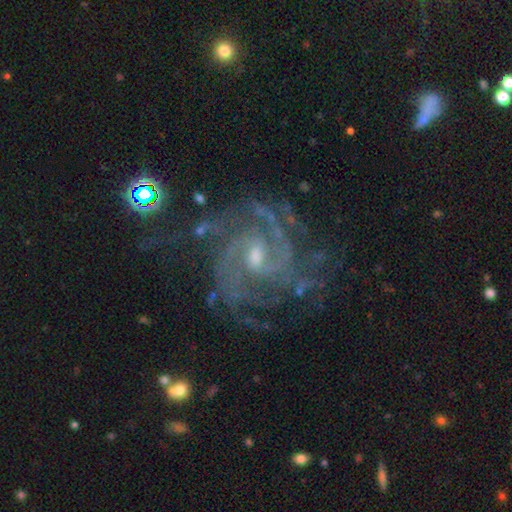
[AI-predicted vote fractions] This is clearly a featured or disk galaxy (88%). It is clearly not viewed edge-on (98%). Bar: possibly weak (50%). Spiral arm pattern: clearly yes (98%). Spiral arm count: marginally 3 (25%). Spiral winding: possibly tight (58%). Central bulge: possibly small (58%). Merging: likely none (74%).